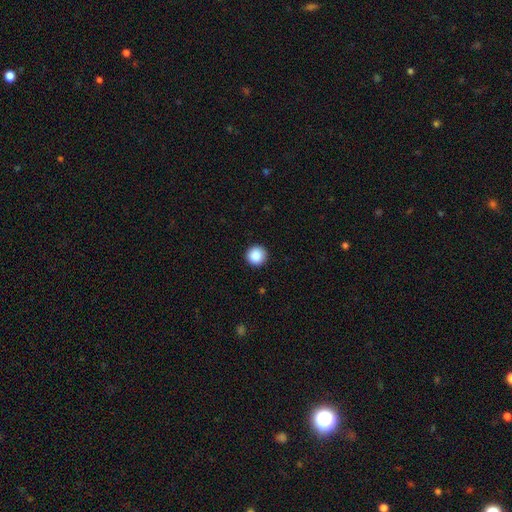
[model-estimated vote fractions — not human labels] A smooth galaxy with no disk features (88%) that is round (96%).

Vote fractions:
- Smooth or featured? smooth: 88% / star or artifact: 9% / featured or disk: 3%
- How rounded? round: 96% / in between: 4% / cigar-shaped: 1%
- Merging? none: 92% / minor disturbance: 5% / major disturbance: 2% / merger: 1%